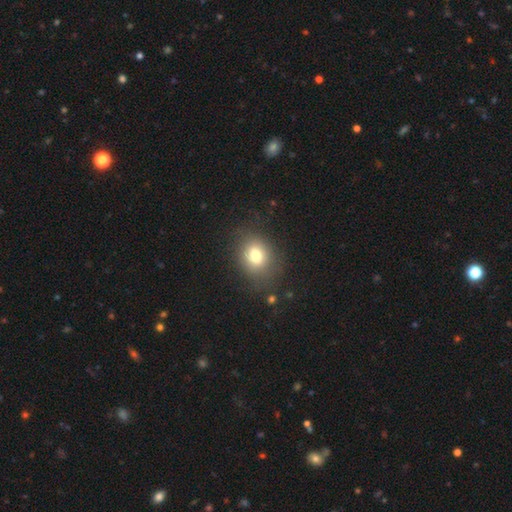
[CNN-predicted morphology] The model was most divided on "how rounded": in between: 52%, round: 47%, cigar-shaped: 1%. More confident: merging — none (77%); smooth or featured — smooth (75%).